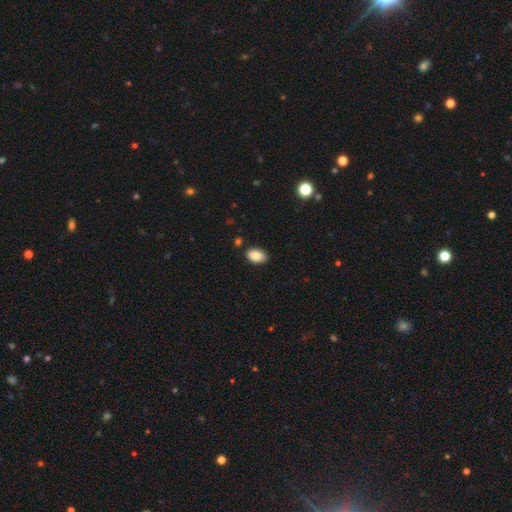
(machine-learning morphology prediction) Smooth or featured? Predicted: smooth (p=0.87). How rounded? Predicted: in between (p=0.90). Merging? Predicted: none (p=0.85).